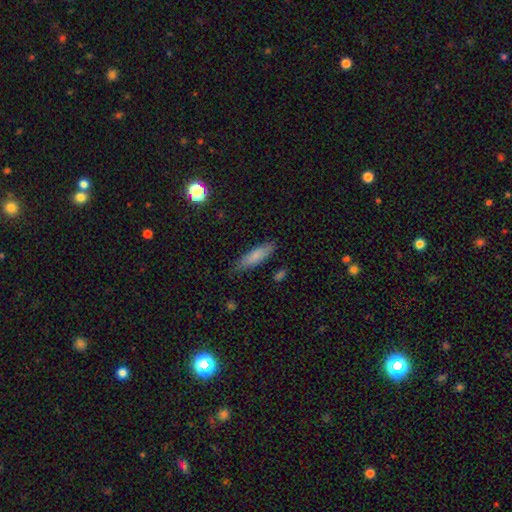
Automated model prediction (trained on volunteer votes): Overall: smooth (79%). How rounded: cigar-shaped (59%; in between 39%). Merging: none (81%).